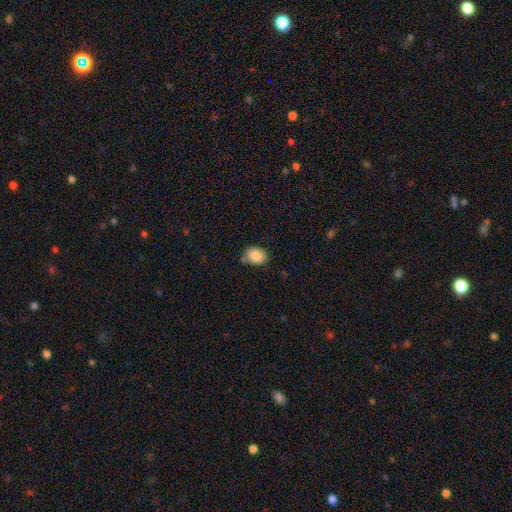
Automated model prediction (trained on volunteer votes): Smooth or featured? smooth (87%)
How rounded? in between (56%)
Merging? none (74%)